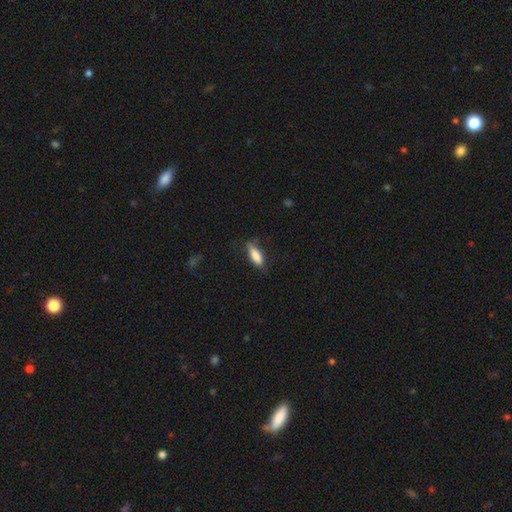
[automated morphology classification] The model was most divided on "how rounded": in between: 66%, cigar-shaped: 32%, round: 2%. More confident: smooth or featured — smooth (82%); merging — none (71%).